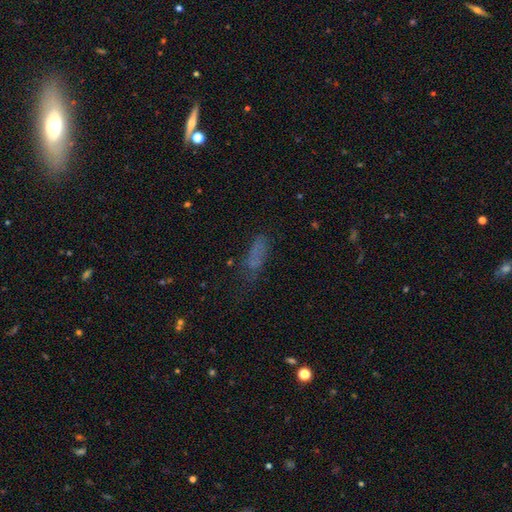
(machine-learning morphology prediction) Smooth or featured?
  - smooth: 62% *
  - star or artifact: 20%
  - featured or disk: 17%
How rounded?
  - in between: 56% *
  - cigar-shaped: 40%
  - round: 4%
Merging?
  - none: 50% *
  - minor disturbance: 25%
  - major disturbance: 21%
  - merger: 4%